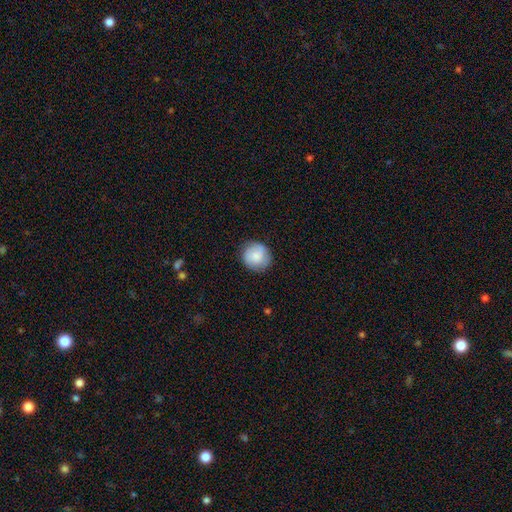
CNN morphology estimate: A smooth galaxy with no disk features (79%) that is round (90%). Merging: none (84%).